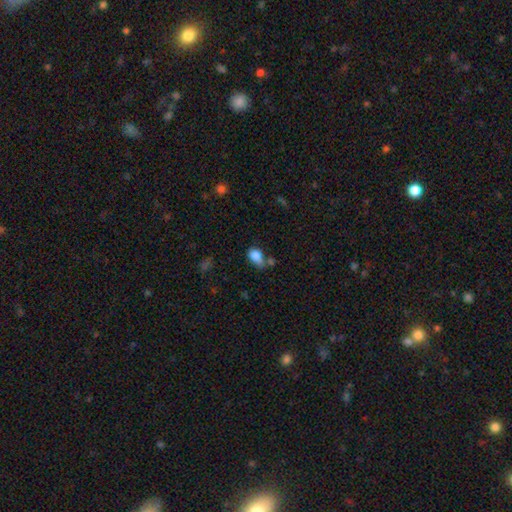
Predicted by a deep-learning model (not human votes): The model was most divided on "merging": none: 37%, minor disturbance: 28%, merger: 23%, major disturbance: 13%. More confident: smooth or featured — smooth (82%); how rounded — in between (75%).